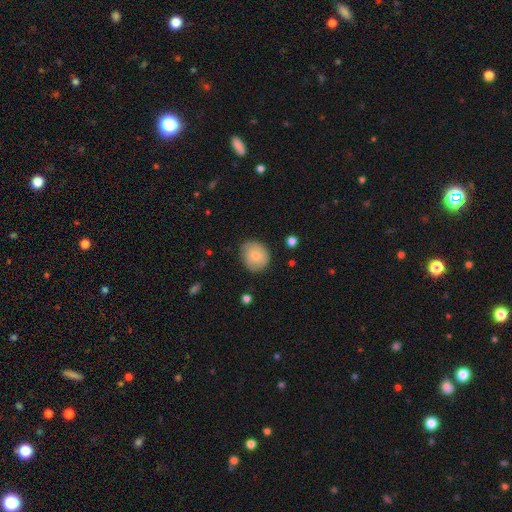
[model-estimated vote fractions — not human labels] This is likely a smooth galaxy (75%). How rounded: likely round (71%). Merging: likely none (80%).